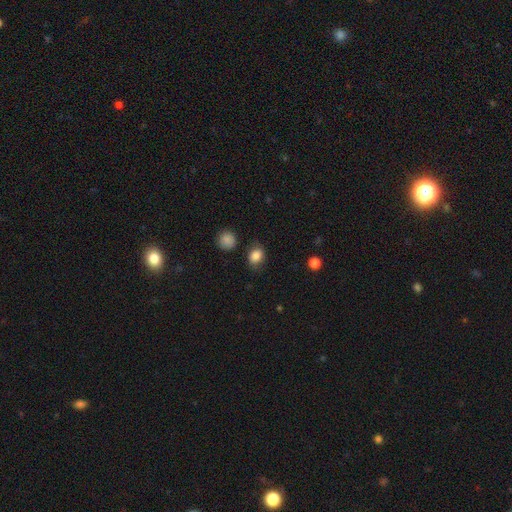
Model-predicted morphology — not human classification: A smooth galaxy with no disk features (84%) that is in between round and cigar-shaped (54%).

Vote fractions:
- Smooth or featured? smooth: 84% / star or artifact: 9% / featured or disk: 7%
- How rounded? in between: 54% / round: 45% / cigar-shaped: 1%
- Merging? none: 73% / minor disturbance: 19% / major disturbance: 6% / merger: 2%